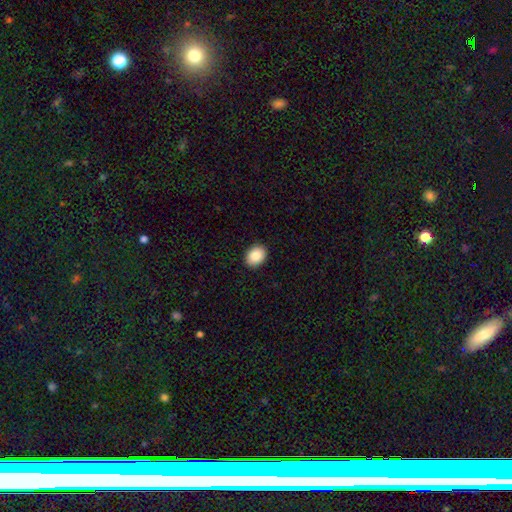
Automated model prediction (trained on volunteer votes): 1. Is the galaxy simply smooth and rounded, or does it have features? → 89% smooth, 7% star or artifact, 4% featured or disk.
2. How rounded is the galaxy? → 69% in between, 30% round, 1% cigar-shaped.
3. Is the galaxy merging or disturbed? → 91% none, 7% minor disturbance, 2% major disturbance, 1% merger.